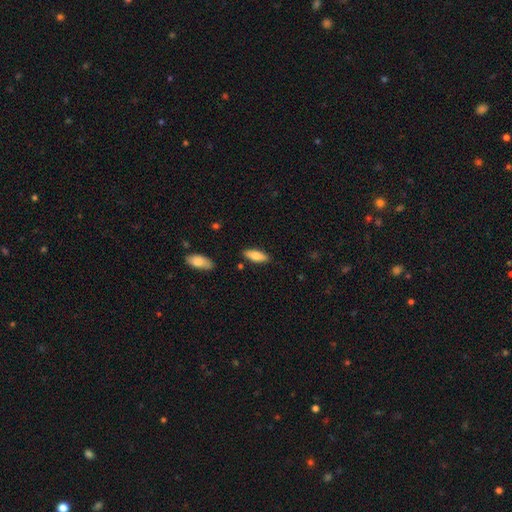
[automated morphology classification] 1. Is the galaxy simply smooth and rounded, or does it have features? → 73% smooth, 21% featured or disk, 6% star or artifact.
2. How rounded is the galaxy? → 70% in between, 28% cigar-shaped, 2% round.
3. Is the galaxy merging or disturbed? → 86% none, 10% minor disturbance, 2% merger, 2% major disturbance.